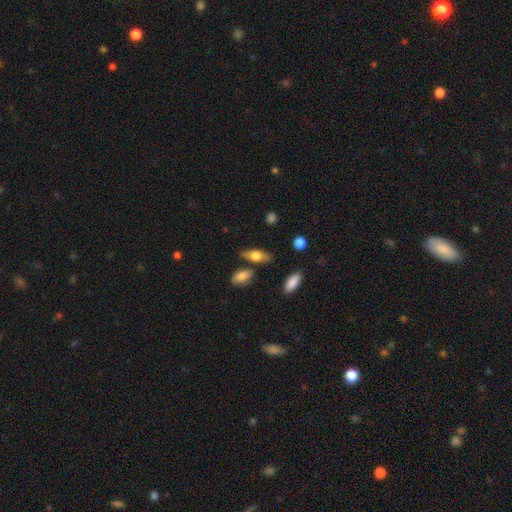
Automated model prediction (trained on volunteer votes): A smooth galaxy with no disk features (65%) that is in between round and cigar-shaped (70%).

Vote fractions:
- Smooth or featured? smooth: 65% / featured or disk: 28% / star or artifact: 7%
- How rounded? in between: 70% / cigar-shaped: 25% / round: 5%
- Merging? none: 73% / minor disturbance: 15% / merger: 8% / major disturbance: 4%